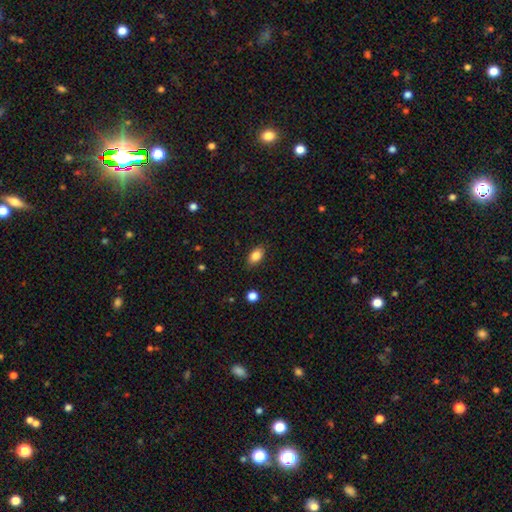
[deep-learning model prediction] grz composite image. It shows a smooth galaxy with no disk features (84%) that is in between round and cigar-shaped (89%). Merging: none (87%).